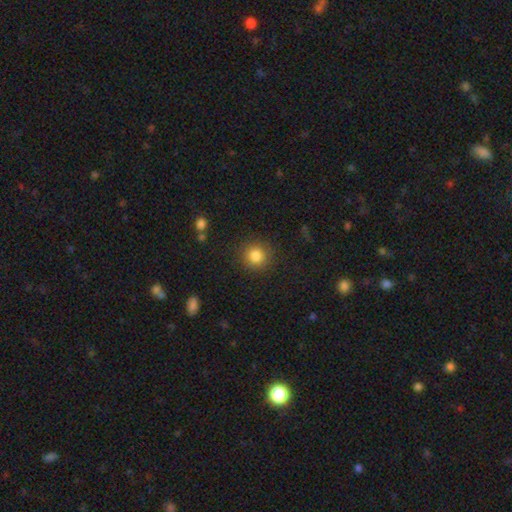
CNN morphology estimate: The model was most divided on "smooth or featured": smooth: 84%, star or artifact: 11%, featured or disk: 5%. More confident: how rounded — round (93%); merging — none (89%).